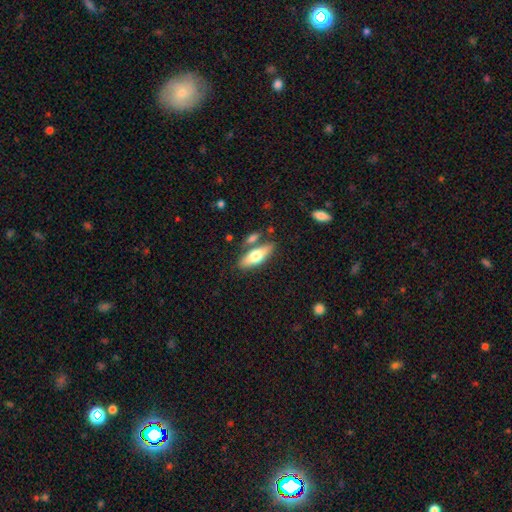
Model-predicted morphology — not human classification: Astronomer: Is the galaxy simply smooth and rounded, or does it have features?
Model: smooth — 63%.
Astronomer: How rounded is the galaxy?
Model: in between — 60% (runner-up: cigar-shaped, 37%).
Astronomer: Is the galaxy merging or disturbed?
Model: none — 69%.